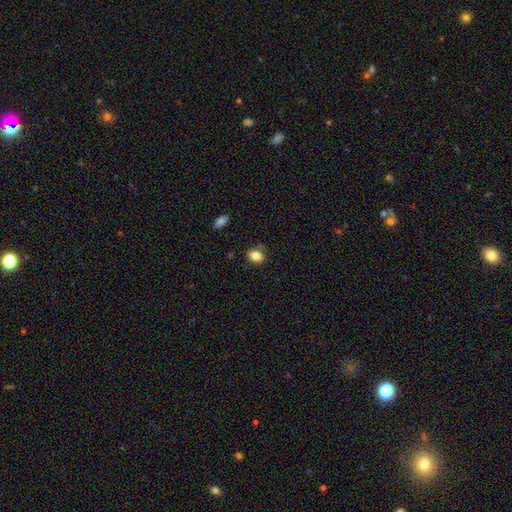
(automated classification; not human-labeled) smooth-or-featured: smooth: 83% | star or artifact: 10% | featured or disk: 7%
  how-rounded: in between: 54% | round: 45% | cigar-shaped: 1%
  merging: none: 79% | minor disturbance: 15% | major disturbance: 3% | merger: 3%